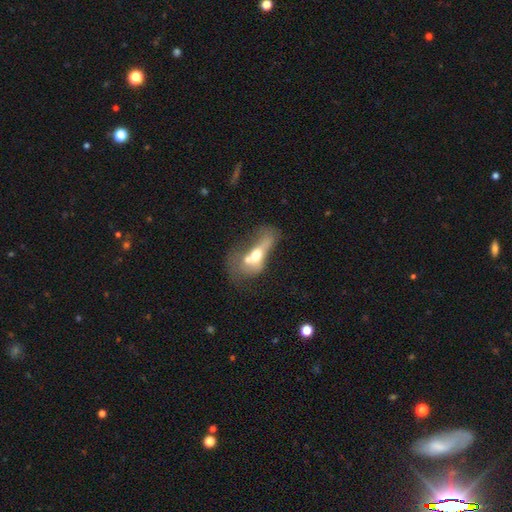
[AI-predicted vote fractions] This is possibly a smooth galaxy (49%). Merging: possibly merger (54%).